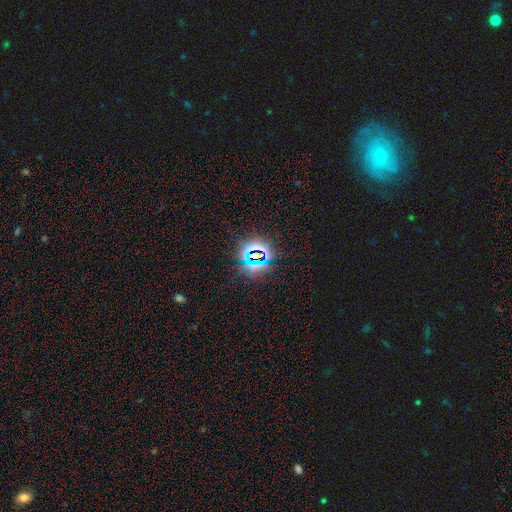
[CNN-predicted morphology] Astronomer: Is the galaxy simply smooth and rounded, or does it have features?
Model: star or artifact — 76%.